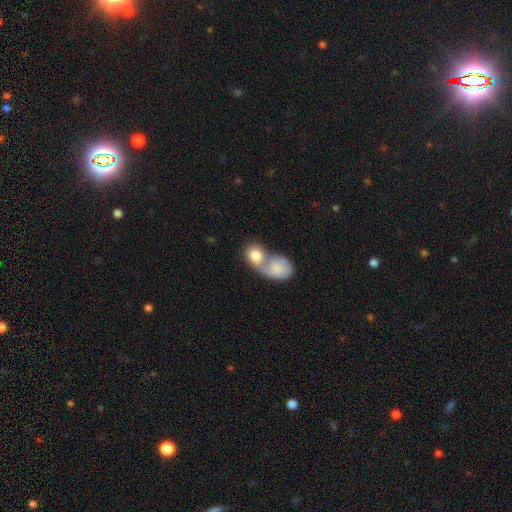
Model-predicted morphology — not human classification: Smooth or featured? smooth (75%)
How rounded? round (50%)
Merging? merger (76%)